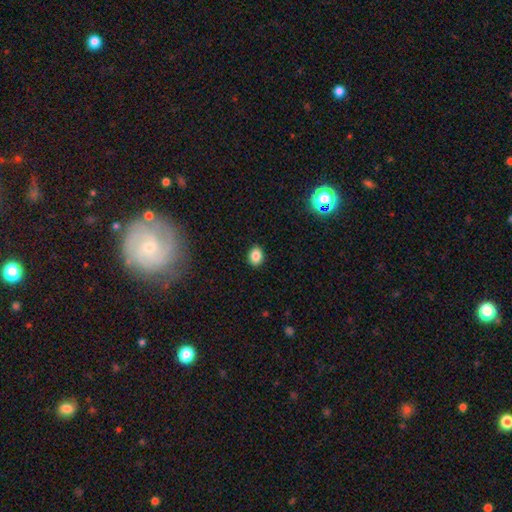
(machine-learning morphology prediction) smooth 85%, star or artifact 10%, featured or disk 5%. Down the decision tree: how rounded — in between (56%); merging — none (89%).